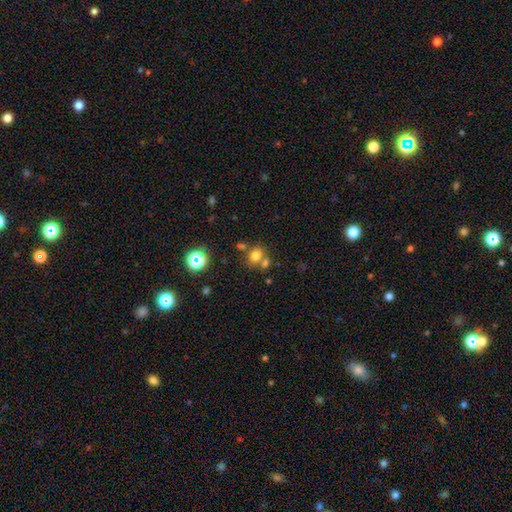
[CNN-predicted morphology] The model was most divided on "how rounded": round: 63%, in between: 37%, cigar-shaped: 1%. More confident: smooth or featured — smooth (74%); merging — none (58%).